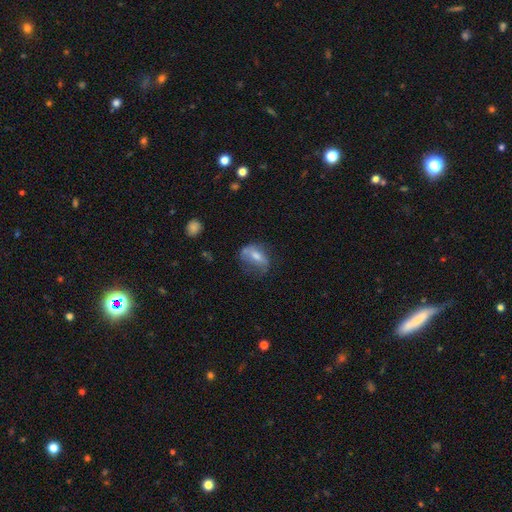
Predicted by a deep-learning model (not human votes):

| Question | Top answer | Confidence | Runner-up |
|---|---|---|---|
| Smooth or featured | smooth | 52% | featured or disk (38%) |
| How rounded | in between | 77% | round (17%) |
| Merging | none | 40% | minor disturbance (29%) |